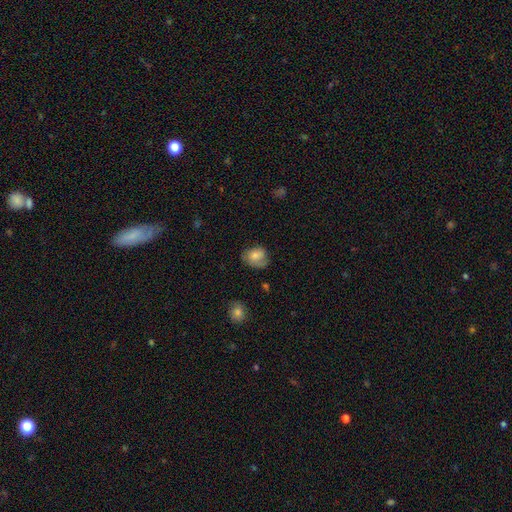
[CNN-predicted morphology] smooth_or_featured: smooth (p=0.66) [alt: featured or disk p=0.25]
how_rounded: round (p=0.51) [alt: in between p=0.48]
merging: none (p=0.56) [alt: minor disturbance p=0.28]